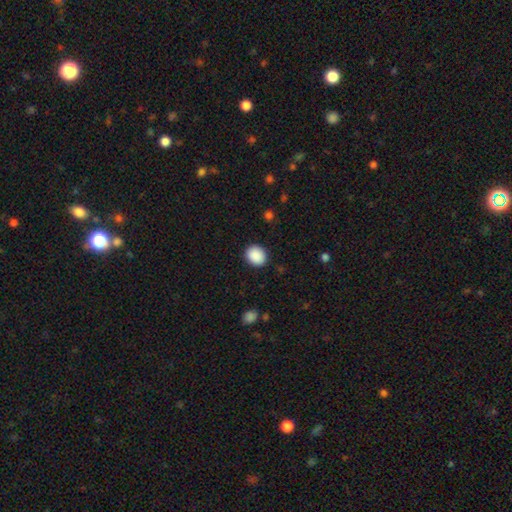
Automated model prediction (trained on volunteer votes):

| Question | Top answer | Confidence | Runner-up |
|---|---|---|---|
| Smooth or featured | smooth | 90% | star or artifact (8%) |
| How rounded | round | 63% | in between (36%) |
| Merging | none | 90% | minor disturbance (7%) |